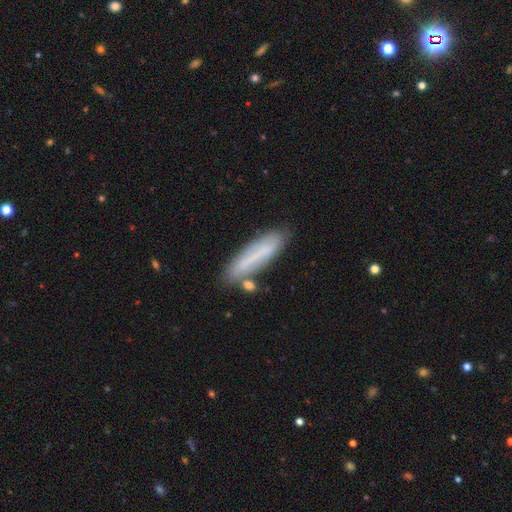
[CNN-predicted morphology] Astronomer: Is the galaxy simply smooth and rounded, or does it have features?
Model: smooth — 62%.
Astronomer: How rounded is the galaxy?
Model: cigar-shaped — 78%.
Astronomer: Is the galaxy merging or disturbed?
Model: none — 71%.